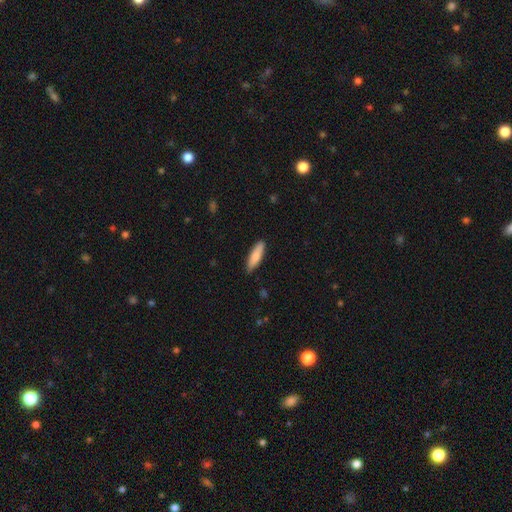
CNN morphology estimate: type=smooth (80%); roundness=cigar-shaped (60%); merging=none (85%).